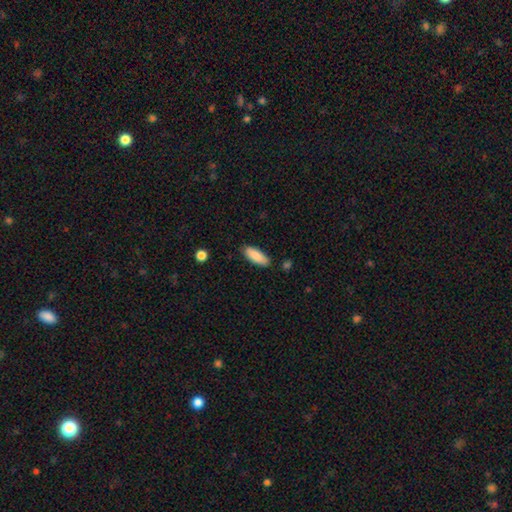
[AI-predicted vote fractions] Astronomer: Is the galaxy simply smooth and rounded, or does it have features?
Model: smooth — 87%.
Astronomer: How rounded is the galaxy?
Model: in between — 75%.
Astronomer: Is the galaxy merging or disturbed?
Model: none — 82%.